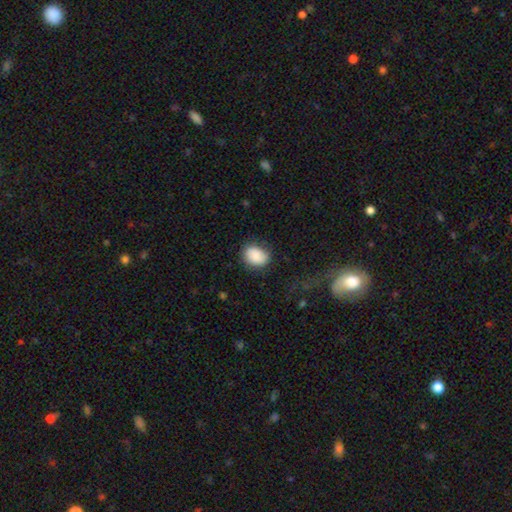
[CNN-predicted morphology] smooth-or-featured: smooth: 86% | featured or disk: 7% | star or artifact: 7%
  how-rounded: in between: 60% | round: 39% | cigar-shaped: 1%
  merging: none: 74% | minor disturbance: 19% | major disturbance: 6% | merger: 2%